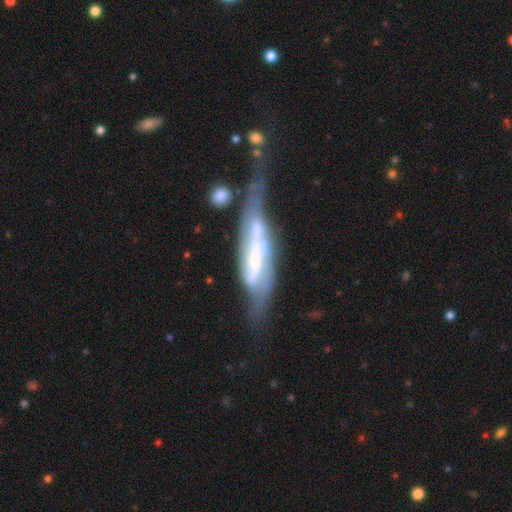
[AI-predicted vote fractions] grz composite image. It shows a featured or disk galaxy (76%). Merging: none (30%).